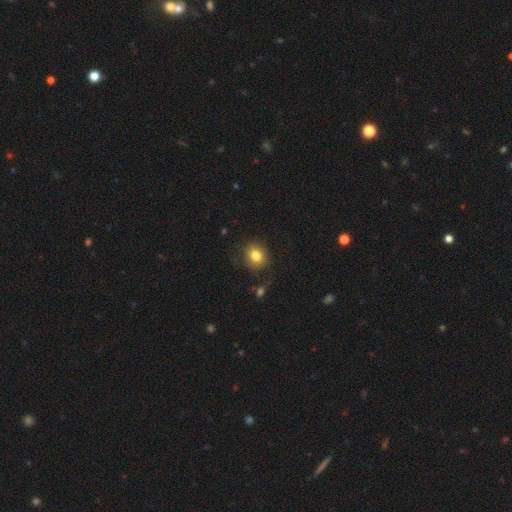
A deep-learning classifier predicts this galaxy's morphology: smooth_or_featured: smooth (p=0.82) [alt: star or artifact p=0.10]
how_rounded: round (p=0.67) [alt: in between p=0.32]
merging: none (p=0.80) [alt: minor disturbance p=0.14]